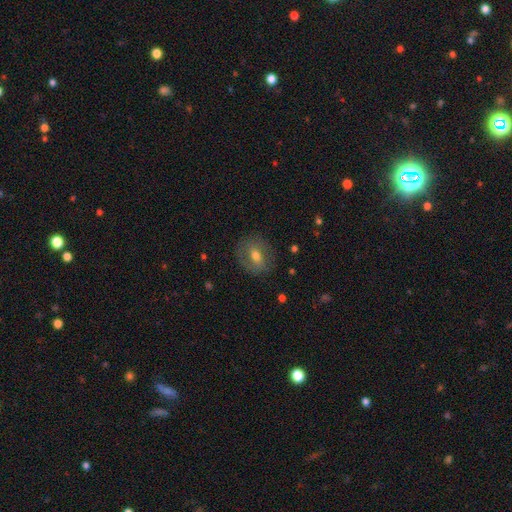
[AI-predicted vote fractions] Smooth or featured? Predicted: smooth (p=0.49). Merging? Predicted: none (p=0.81).